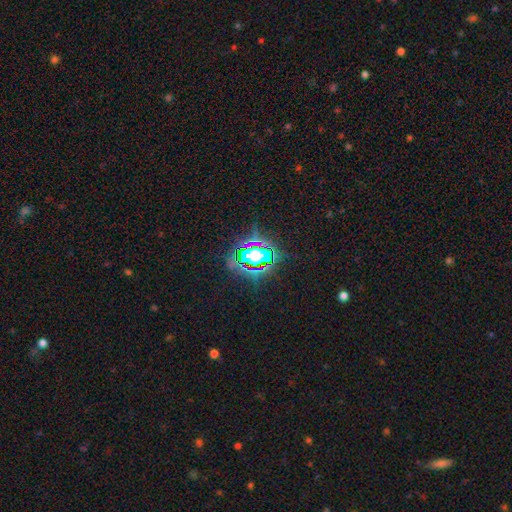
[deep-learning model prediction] The model was most divided on "smooth or featured": star or artifact: 76%, smooth: 14%, featured or disk: 11%.